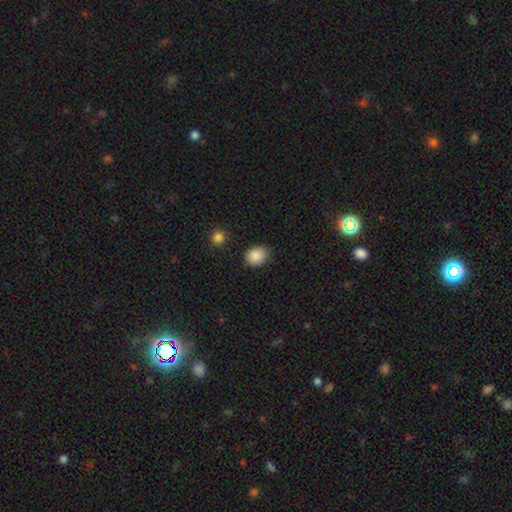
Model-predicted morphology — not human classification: A smooth galaxy with no disk features (87%) that is round (51%).

Vote fractions:
- Smooth or featured? smooth: 87% / star or artifact: 8% / featured or disk: 4%
- How rounded? round: 51% / in between: 48% / cigar-shaped: 1%
- Merging? none: 81% / minor disturbance: 14% / major disturbance: 3% / merger: 2%